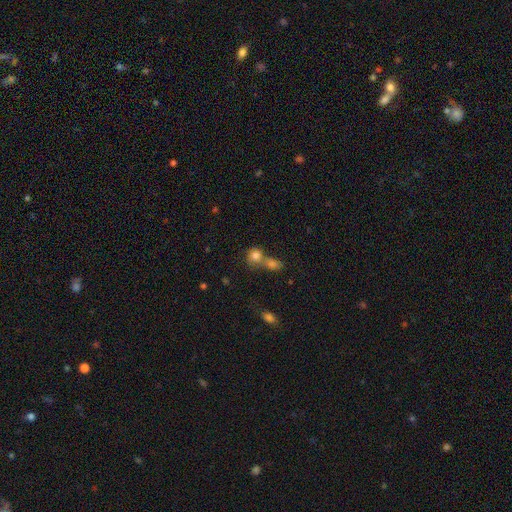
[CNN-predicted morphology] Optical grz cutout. It shows a smooth galaxy with no disk features (79%) that is round (78%). Merging: merger (50%).